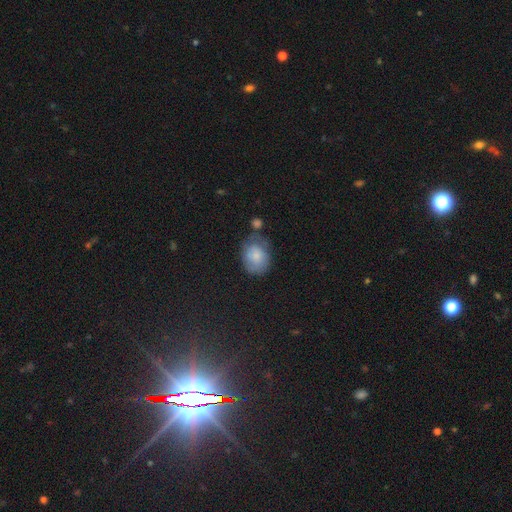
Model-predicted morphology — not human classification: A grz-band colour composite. It shows a smooth galaxy with no disk features (76%) that is in between round and cigar-shaped (56%). Merging: none (49%).